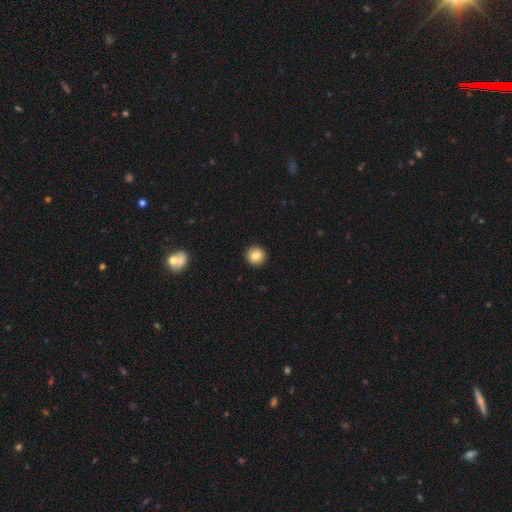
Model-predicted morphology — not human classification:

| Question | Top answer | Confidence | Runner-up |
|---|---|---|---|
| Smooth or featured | smooth | 85% | star or artifact (9%) |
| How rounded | round | 95% | in between (4%) |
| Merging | none | 94% | minor disturbance (4%) |